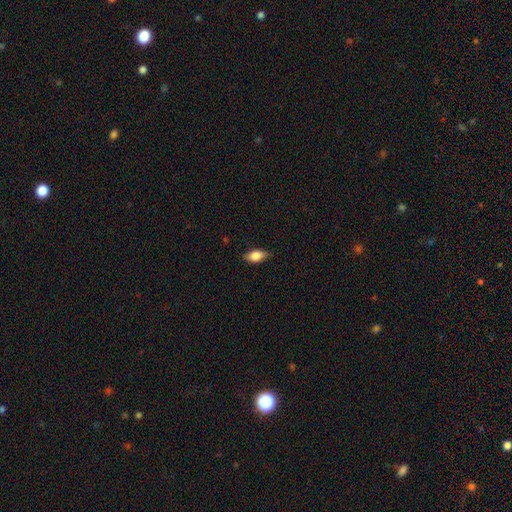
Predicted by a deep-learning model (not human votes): Smooth or featured: smooth — 78% (featured or disk — 14%)
How rounded: in between — 86% (cigar-shaped — 8%)
Merging: none — 82% (minor disturbance — 14%)